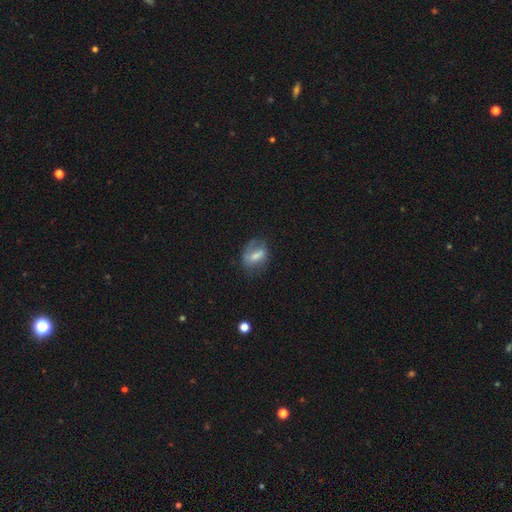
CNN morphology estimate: Smooth or featured: smooth — 52% (featured or disk — 39%)
How rounded: in between — 72% (round — 23%)
Merging: none — 52% (minor disturbance — 27%)